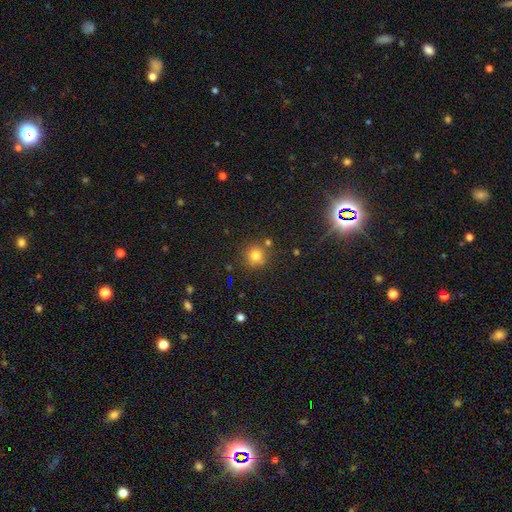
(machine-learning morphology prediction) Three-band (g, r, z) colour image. It shows a smooth galaxy with no disk features (76%) that is round (92%). Merging: none (77%).